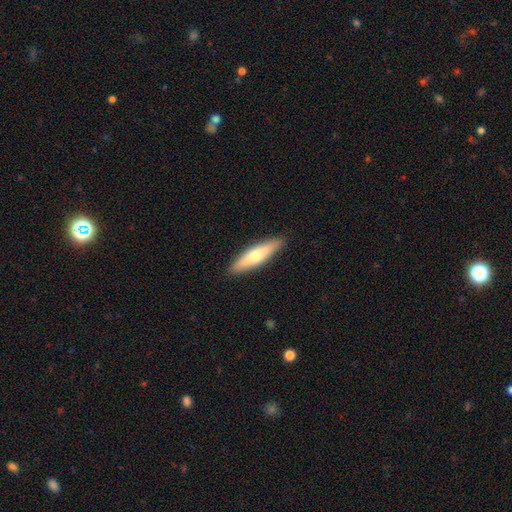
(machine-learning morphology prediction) A smooth galaxy with no disk features (58%) that is cigar-shaped (71%). Merging: none (89%).